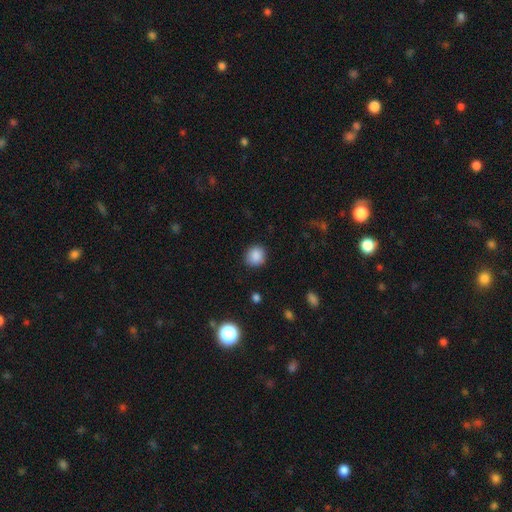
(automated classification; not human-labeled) Smooth or featured? Predicted: smooth (p=0.87). How rounded? Predicted: round (p=0.84). Merging? Predicted: none (p=0.87).